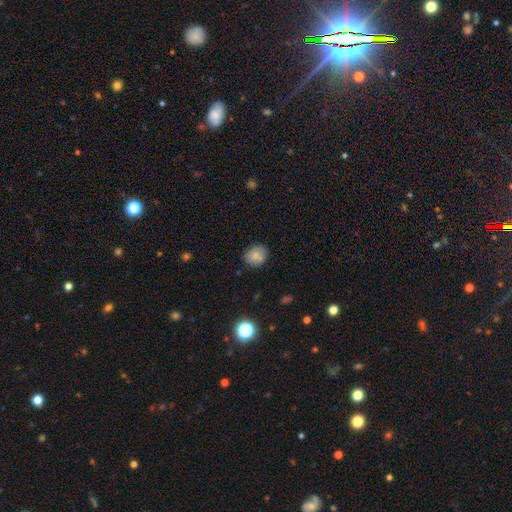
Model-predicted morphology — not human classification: type=smooth (78%); roundness=round (68%); merging=none (79%).